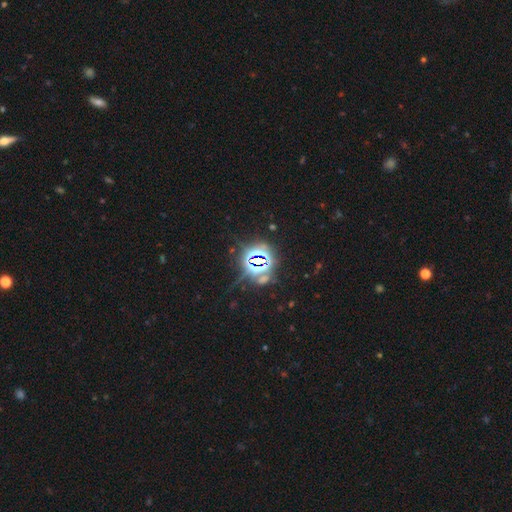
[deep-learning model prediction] Smooth or featured?
  - star or artifact: 81% *
  - smooth: 11%
  - featured or disk: 8%